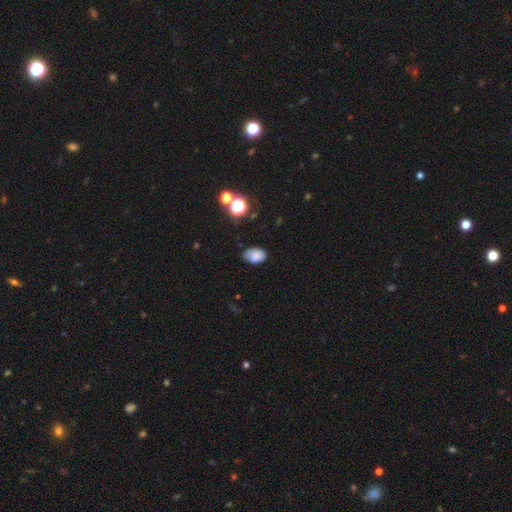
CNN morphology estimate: Smooth or featured?
  - smooth: 80% *
  - star or artifact: 11%
  - featured or disk: 9%
How rounded?
  - in between: 87% *
  - round: 12%
  - cigar-shaped: 1%
Merging?
  - none: 66% *
  - minor disturbance: 26%
  - major disturbance: 6%
  - merger: 3%